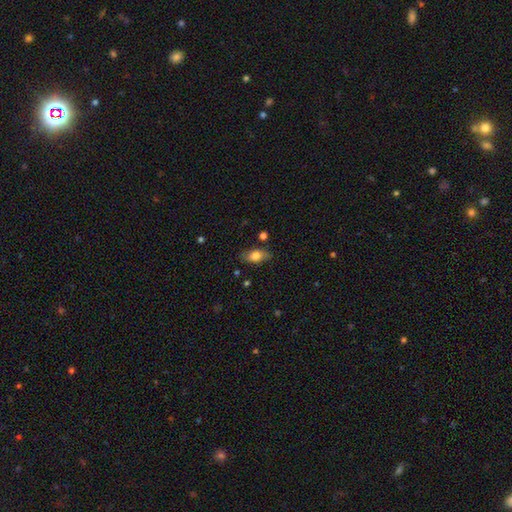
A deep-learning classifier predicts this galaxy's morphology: A smooth galaxy with no disk features (77%) that is in between round and cigar-shaped (86%).

Vote fractions:
- Smooth or featured? smooth: 77% / featured or disk: 16% / star or artifact: 7%
- How rounded? in between: 86% / cigar-shaped: 8% / round: 6%
- Merging? none: 80% / minor disturbance: 14% / major disturbance: 4% / merger: 2%